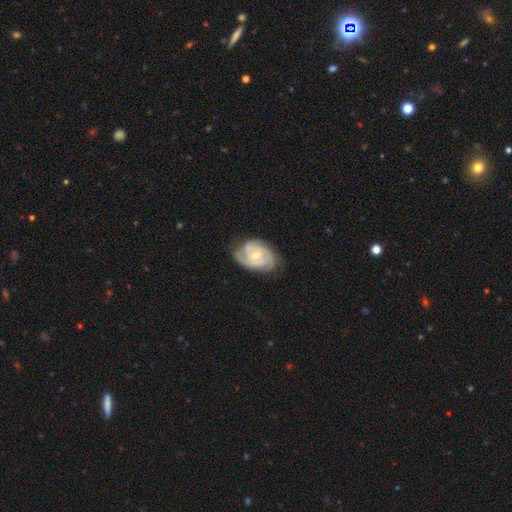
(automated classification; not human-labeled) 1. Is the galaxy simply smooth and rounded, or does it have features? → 82% featured or disk, 13% smooth, 5% star or artifact.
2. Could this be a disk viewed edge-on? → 97% no, 3% yes.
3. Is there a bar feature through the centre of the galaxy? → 54% no, 38% weak, 7% strong.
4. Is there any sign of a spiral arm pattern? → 95% yes, 5% no.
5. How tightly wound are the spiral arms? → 60% tight, 33% medium, 7% loose.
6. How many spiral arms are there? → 44% 2, 25% 3, 19% can't tell, 5% 4, 4% 1, 3% more than 4.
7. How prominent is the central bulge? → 49% small, 47% moderate, 2% none, 2% large, 1% dominant.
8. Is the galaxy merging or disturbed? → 68% none, 24% minor disturbance, 7% major disturbance, 1% merger.